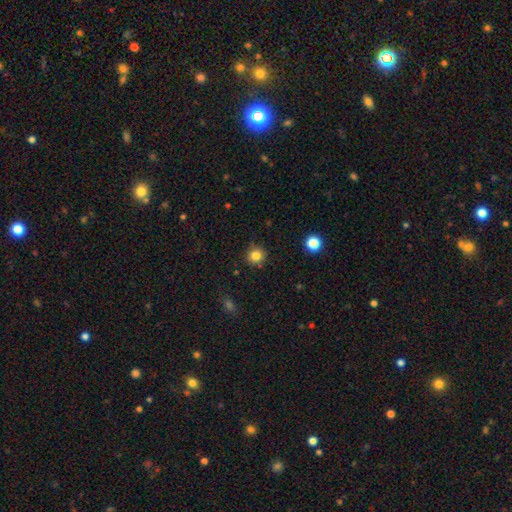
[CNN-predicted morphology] type=smooth (82%); roundness=round (93%); merging=none (87%).